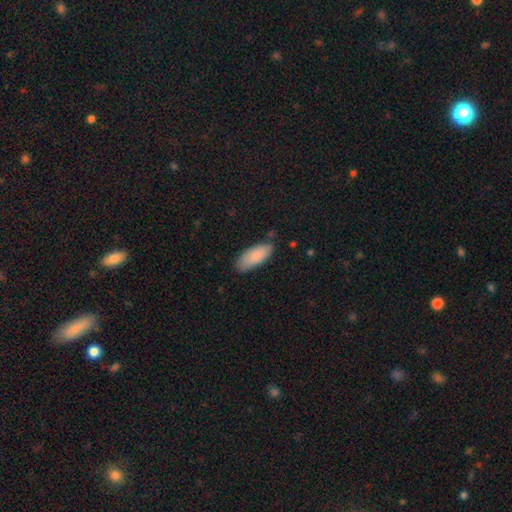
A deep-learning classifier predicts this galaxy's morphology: This appears to be a smooth galaxy with no disk features (86%) that is in between round and cigar-shaped (81%). Merging: none (77%).